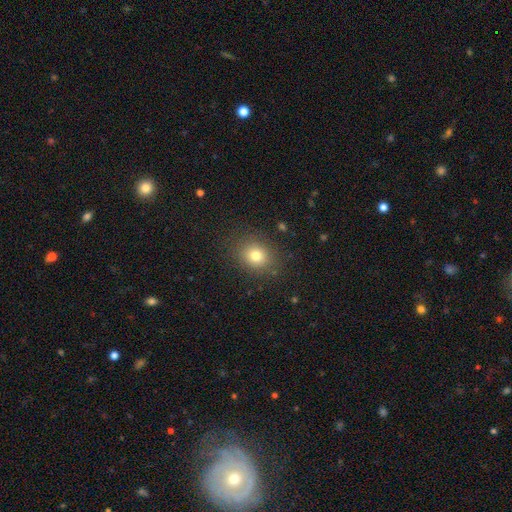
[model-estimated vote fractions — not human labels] A smooth galaxy with no disk features (76%) that is round (67%).

Vote fractions:
- Smooth or featured? smooth: 76% / star or artifact: 14% / featured or disk: 10%
- How rounded? round: 67% / in between: 33% / cigar-shaped: 1%
- Merging? none: 85% / minor disturbance: 10% / major disturbance: 4% / merger: 1%